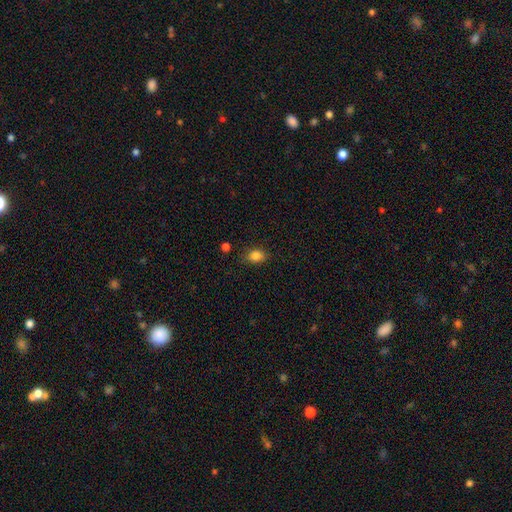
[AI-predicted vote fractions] smooth 84%, star or artifact 11%, featured or disk 6%. Down the decision tree: how rounded — in between (61%); merging — none (81%).